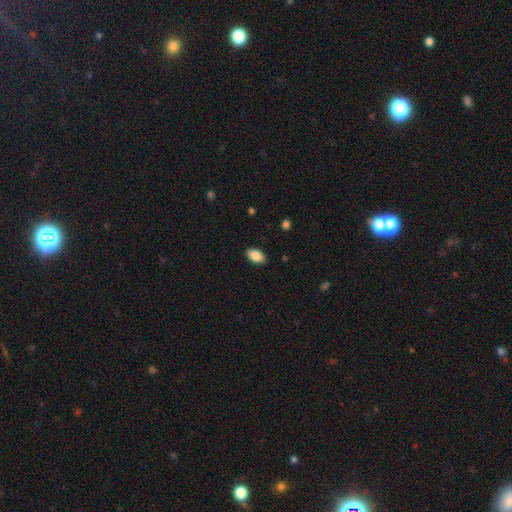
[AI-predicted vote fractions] smooth_or_featured: smooth (p=0.86) [alt: star or artifact p=0.07]
how_rounded: in between (p=0.91) [alt: round p=0.07]
merging: none (p=0.88) [alt: minor disturbance p=0.09]